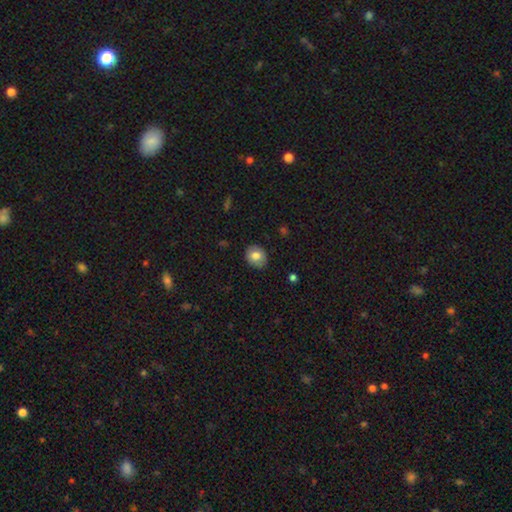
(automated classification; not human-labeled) Overall: smooth (80%). How rounded: round (60%; in between 39%). Merging: none (86%).